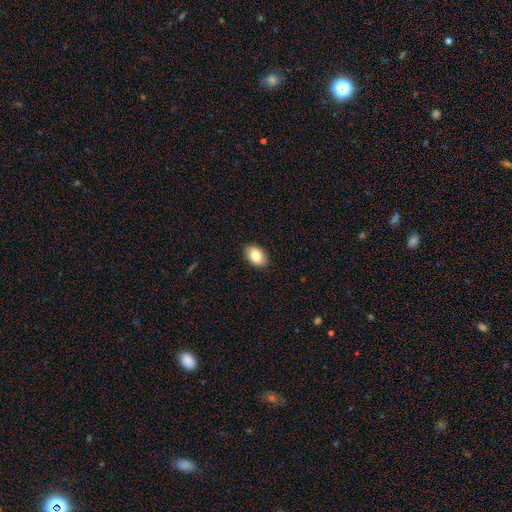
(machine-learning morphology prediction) A smooth galaxy with no disk features (83%) that is in between round and cigar-shaped (86%).

Vote fractions:
- Smooth or featured? smooth: 83% / featured or disk: 10% / star or artifact: 7%
- How rounded? in between: 86% / round: 13% / cigar-shaped: 1%
- Merging? none: 89% / minor disturbance: 8% / major disturbance: 2% / merger: 1%